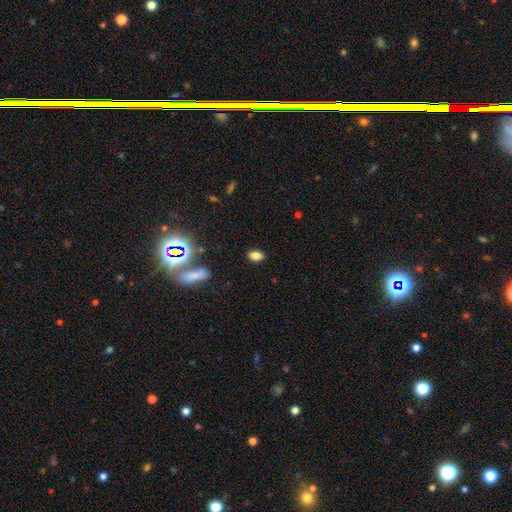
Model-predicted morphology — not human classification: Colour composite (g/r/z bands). It shows a smooth galaxy with no disk features (81%) that is in between round and cigar-shaped (88%). Merging: none (86%).